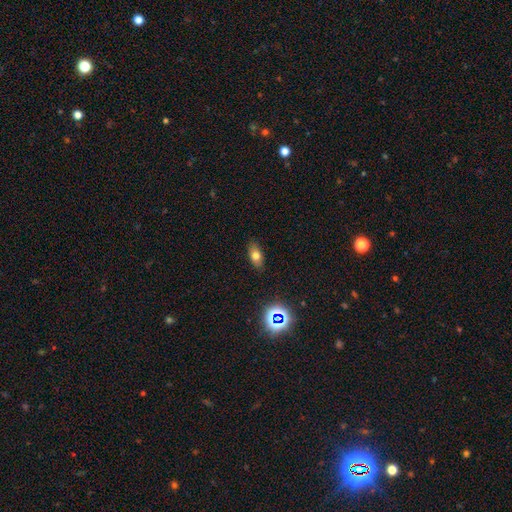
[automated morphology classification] Overall: smooth (70%). How rounded: in between (83%). Merging: none (86%).